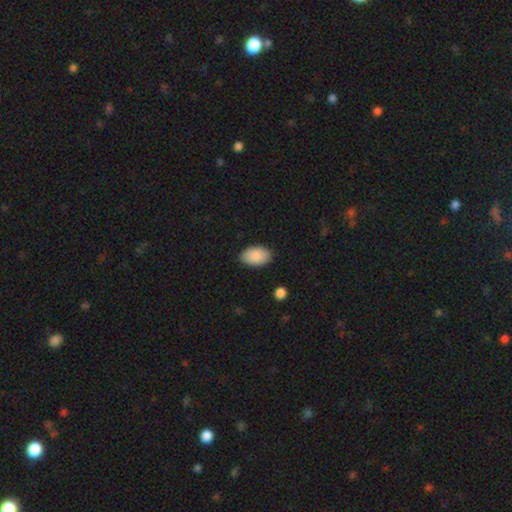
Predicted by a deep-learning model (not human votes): smooth_or_featured: smooth (p=0.90) [alt: star or artifact p=0.06]
how_rounded: in between (p=0.92) [alt: round p=0.07]
merging: none (p=0.85) [alt: minor disturbance p=0.11]